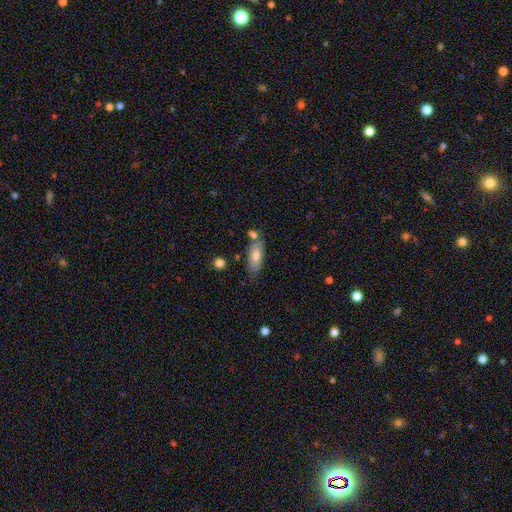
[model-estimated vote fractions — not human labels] Smooth or featured: smooth — 71% (featured or disk — 22%)
How rounded: in between — 73% (cigar-shaped — 24%)
Merging: none — 69% (minor disturbance — 16%)